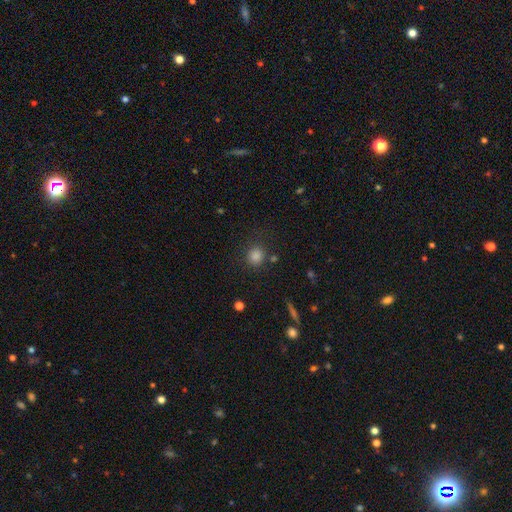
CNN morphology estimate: Smooth or featured? smooth (81%)
How rounded? round (80%)
Merging? none (81%)